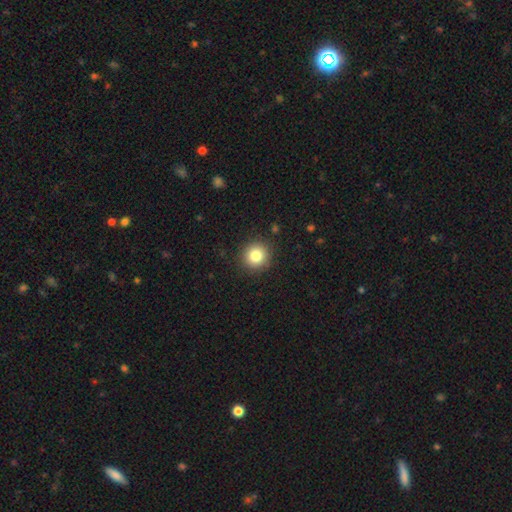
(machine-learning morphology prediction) Smooth or featured?
  - smooth: 83% *
  - star or artifact: 11%
  - featured or disk: 7%
How rounded?
  - round: 94% *
  - in between: 5%
  - cigar-shaped: 1%
Merging?
  - none: 91% *
  - minor disturbance: 6%
  - major disturbance: 2%
  - merger: 1%